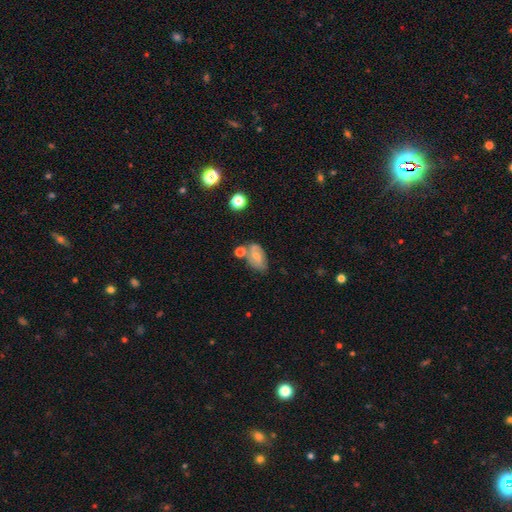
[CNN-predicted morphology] A featured or disk galaxy (46%).

Vote fractions:
- Smooth or featured? featured or disk: 46% / smooth: 45% / star or artifact: 9%
- Merging? none: 48% / merger: 22% / minor disturbance: 22% / major disturbance: 8%